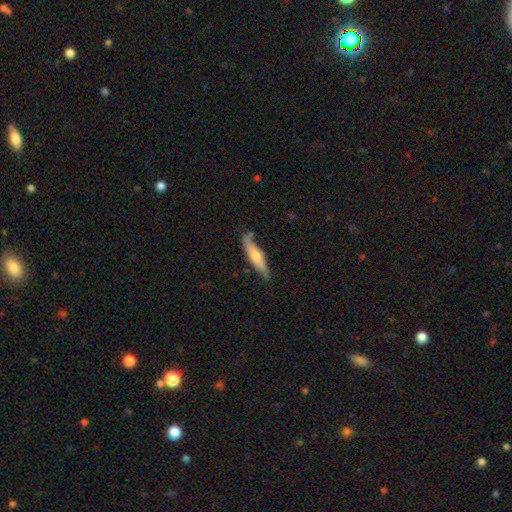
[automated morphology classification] This appears to be a smooth galaxy with no disk features (49%). Merging: none (77%).